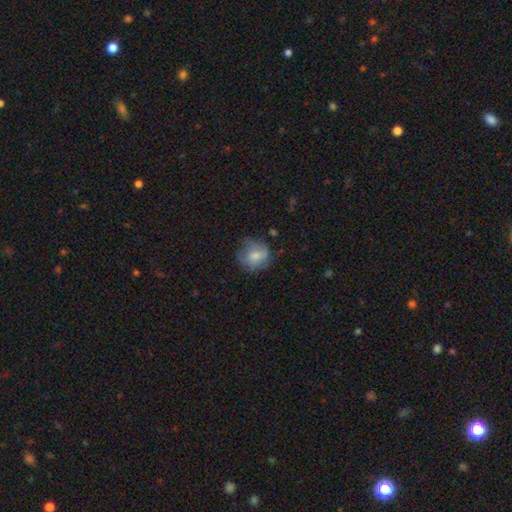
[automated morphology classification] This appears to be a smooth galaxy with no disk features (69%) that is round (78%). Merging: none (60%).